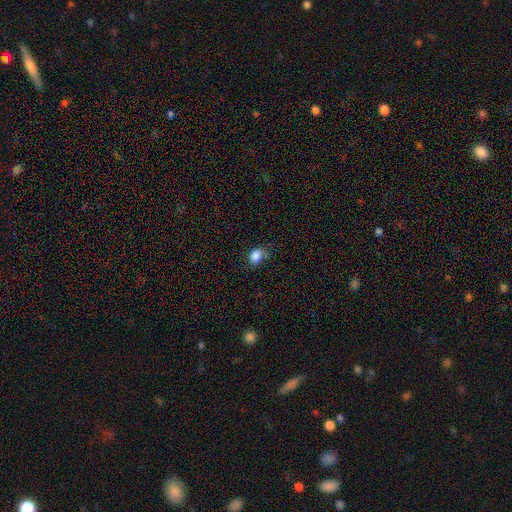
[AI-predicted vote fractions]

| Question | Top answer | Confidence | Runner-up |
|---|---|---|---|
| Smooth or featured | smooth | 85% | star or artifact (11%) |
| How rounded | in between | 59% | round (40%) |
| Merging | none | 62% | minor disturbance (26%) |